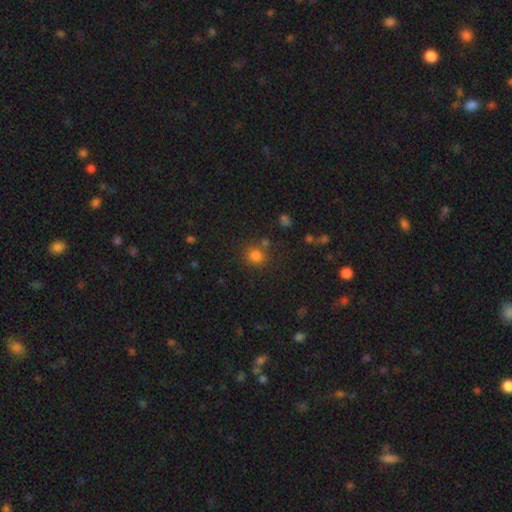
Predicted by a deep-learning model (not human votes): Overall: smooth (80%). How rounded: round (83%). Merging: none (75%).